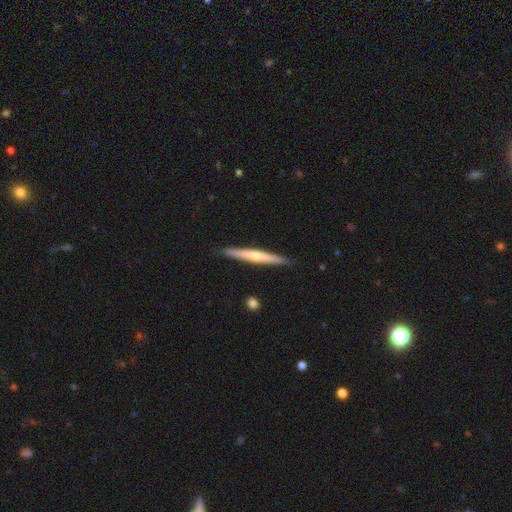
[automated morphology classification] featured or disk 56%, smooth 39%, star or artifact 5%. Down the decision tree: edge-on disk — yes (97%); edge-on bulge — rounded (66%); merging — none (90%).